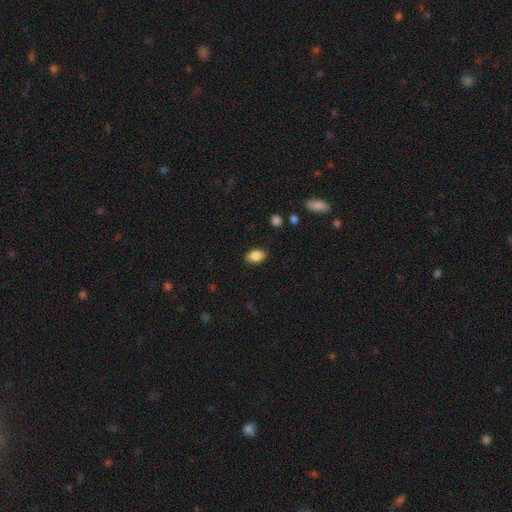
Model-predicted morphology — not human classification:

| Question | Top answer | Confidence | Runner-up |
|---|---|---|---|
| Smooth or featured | smooth | 85% | star or artifact (8%) |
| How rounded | in between | 89% | round (9%) |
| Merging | none | 86% | minor disturbance (11%) |